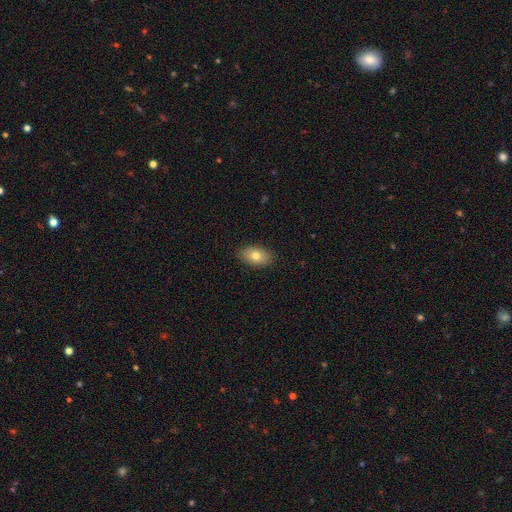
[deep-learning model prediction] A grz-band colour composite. It shows a smooth galaxy with no disk features (77%) that is in between round and cigar-shaped (90%). Merging: none (89%).